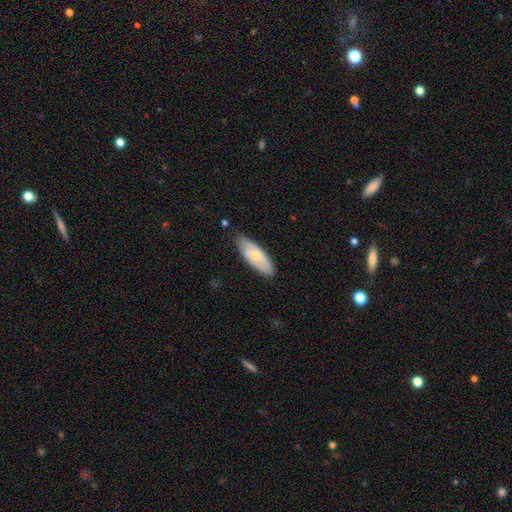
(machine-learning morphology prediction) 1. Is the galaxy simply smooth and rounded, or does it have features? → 60% smooth, 34% featured or disk, 6% star or artifact.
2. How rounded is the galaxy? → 70% in between, 27% cigar-shaped, 2% round.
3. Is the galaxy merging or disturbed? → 76% none, 20% minor disturbance, 3% major disturbance, 2% merger.